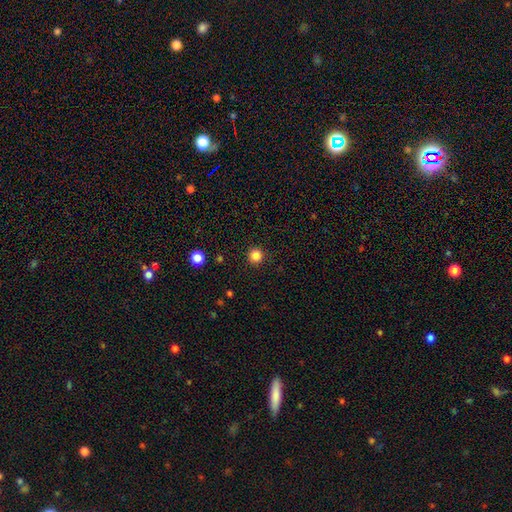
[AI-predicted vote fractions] Q: Smooth or featured?
A: smooth (84%); runner-up: star or artifact (12%)
Q: How rounded?
A: round (95%); runner-up: in between (4%)
Q: Merging?
A: none (92%); runner-up: minor disturbance (5%)